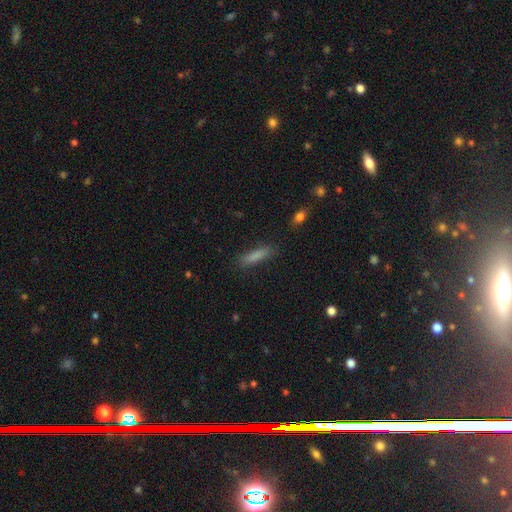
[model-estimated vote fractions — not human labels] Overall: smooth (82%). How rounded: cigar-shaped (79%). Merging: none (84%).